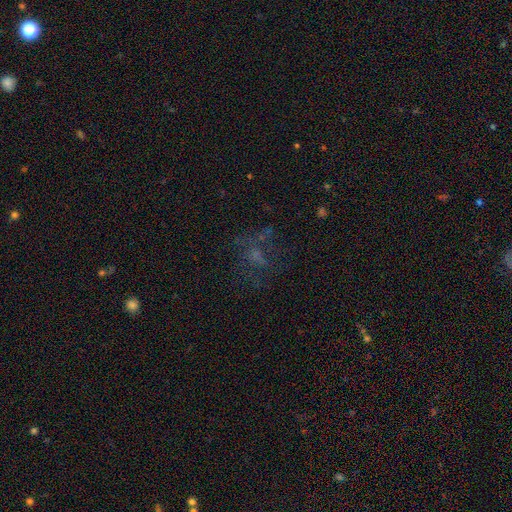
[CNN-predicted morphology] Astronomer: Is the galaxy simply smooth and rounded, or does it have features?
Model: featured or disk — 37% (runner-up: star or artifact, 34%).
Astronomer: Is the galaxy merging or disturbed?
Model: none — 52% (runner-up: major disturbance, 28%).